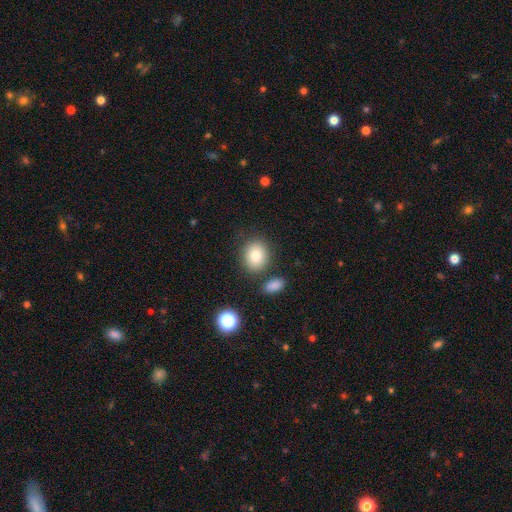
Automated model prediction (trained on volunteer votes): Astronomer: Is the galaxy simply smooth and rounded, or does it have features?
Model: smooth — 81%.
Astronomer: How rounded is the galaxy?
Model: round — 60% (runner-up: in between, 39%).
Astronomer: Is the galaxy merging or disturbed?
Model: none — 79%.